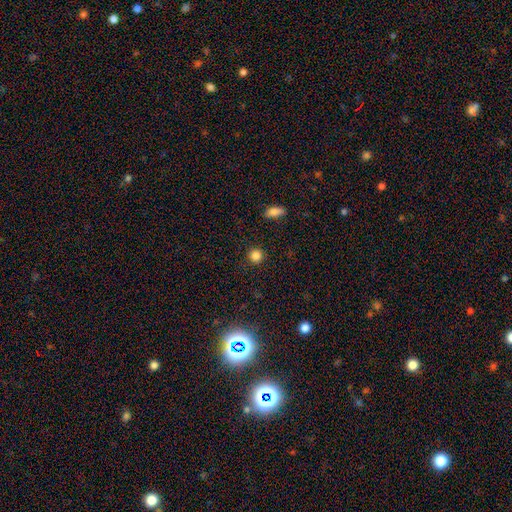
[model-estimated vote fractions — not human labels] A smooth galaxy with no disk features (84%) that is round (93%).

Vote fractions:
- Smooth or featured? smooth: 84% / star or artifact: 12% / featured or disk: 4%
- How rounded? round: 93% / in between: 6% / cigar-shaped: 1%
- Merging? none: 91% / minor disturbance: 6% / major disturbance: 2% / merger: 1%